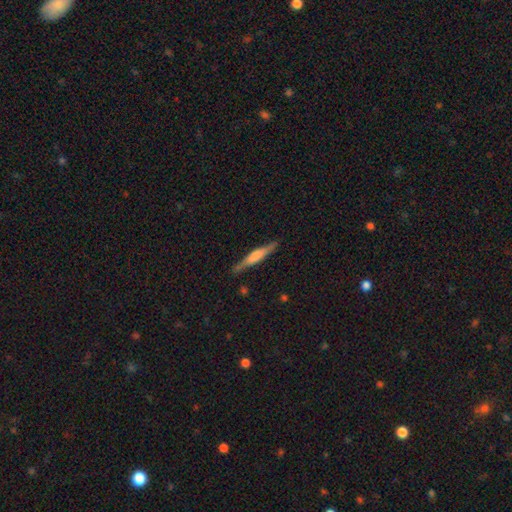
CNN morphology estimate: featured or disk 60%, smooth 34%, star or artifact 6%. Down the decision tree: edge-on disk — yes (96%); edge-on bulge — rounded (45%); merging — none (86%).